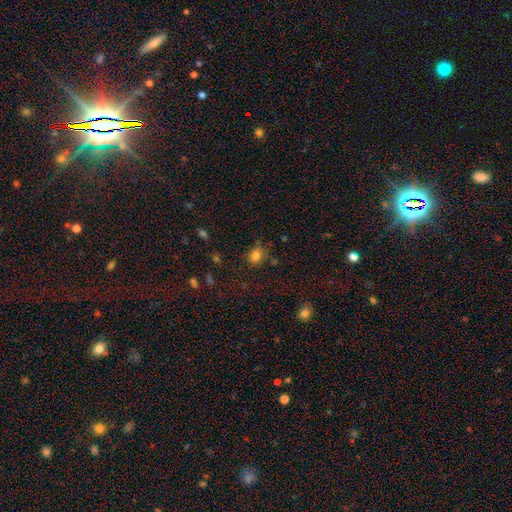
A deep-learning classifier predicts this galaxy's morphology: Smooth or featured: smooth — 80% (star or artifact — 14%)
How rounded: round — 53% (in between — 46%)
Merging: none — 69% (minor disturbance — 21%)